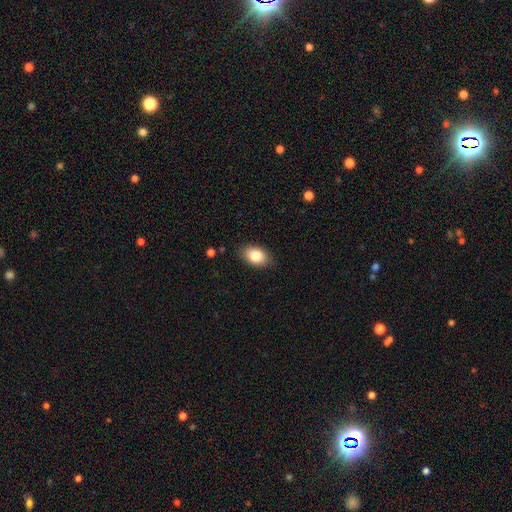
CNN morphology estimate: smooth 83%, featured or disk 9%, star or artifact 8%. Down the decision tree: how rounded — in between (87%); merging — none (86%).